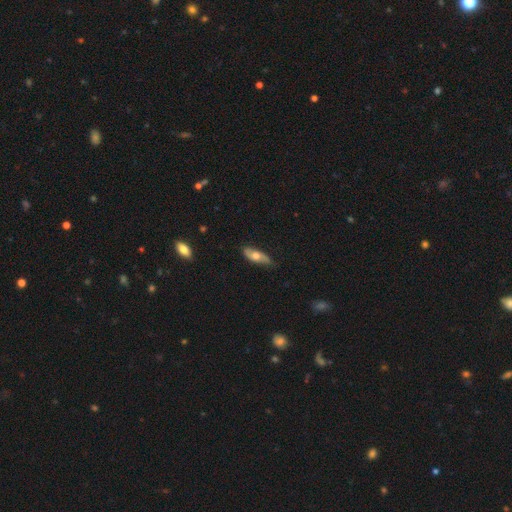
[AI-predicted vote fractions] This appears to be a smooth galaxy with no disk features (51%) that is in between round and cigar-shaped (67%). Merging: none (76%).